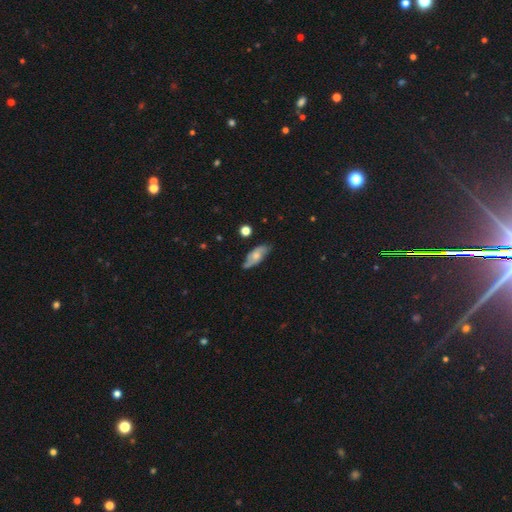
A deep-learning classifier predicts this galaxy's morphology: Smooth or featured? smooth (47%)
Merging? none (71%)